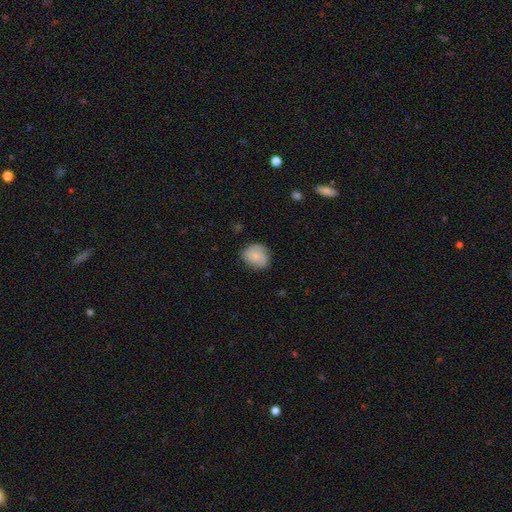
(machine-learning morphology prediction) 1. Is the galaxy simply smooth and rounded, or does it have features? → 72% smooth, 20% featured or disk, 8% star or artifact.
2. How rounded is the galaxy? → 62% round, 37% in between, 1% cigar-shaped.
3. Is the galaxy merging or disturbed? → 68% none, 25% minor disturbance, 6% major disturbance, 1% merger.